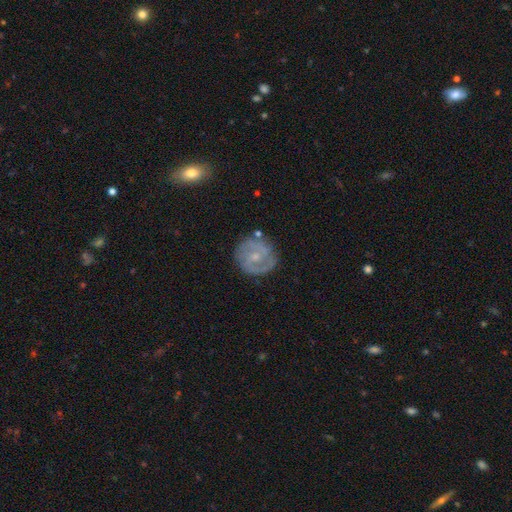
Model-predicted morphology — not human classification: smooth-or-featured: featured or disk: 69% | smooth: 25% | star or artifact: 6%
  disk-edge-on: no: 98% | yes: 2%
    bar: no: 52% | weak: 40% | strong: 8%
    has-spiral-arms: yes: 81% | no: 19%
      spiral-winding: tight: 49% | medium: 38% | loose: 13%
      spiral-arm-count: 2: 58% | can't tell: 24% | 3: 8% | 1: 5% | 4: 2% | more than 4: 2%
    bulge-size: small: 60% | moderate: 32% | none: 6% | large: 1% | dominant: 1%
  merging: none: 76% | minor disturbance: 16% | major disturbance: 5% | merger: 3%